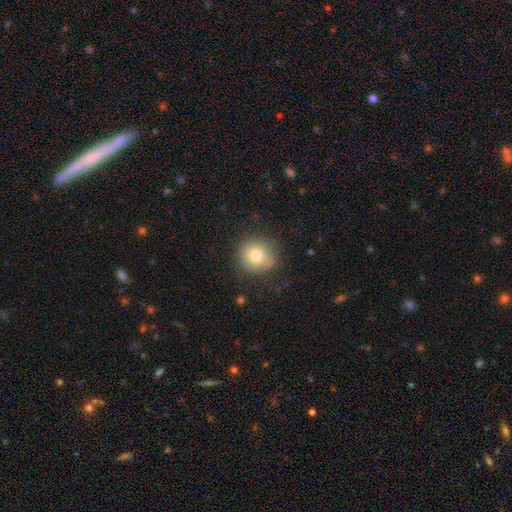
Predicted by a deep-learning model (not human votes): Smooth or featured: smooth — 76% (featured or disk — 13%)
How rounded: round — 91% (in between — 8%)
Merging: none — 81% (minor disturbance — 14%)